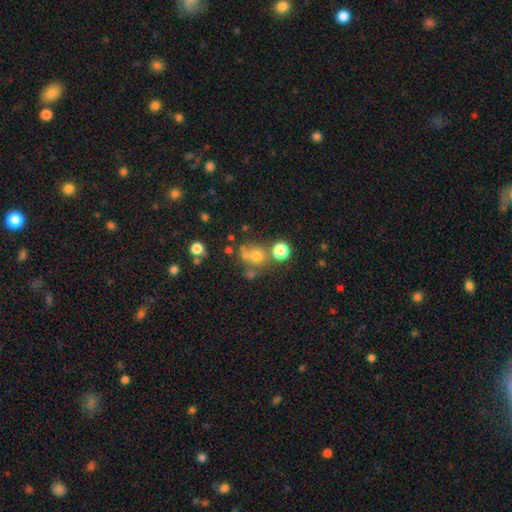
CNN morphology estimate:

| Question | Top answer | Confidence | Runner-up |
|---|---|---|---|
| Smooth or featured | smooth | 61% | star or artifact (23%) |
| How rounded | round | 82% | in between (17%) |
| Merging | none | 51% | merger (30%) |